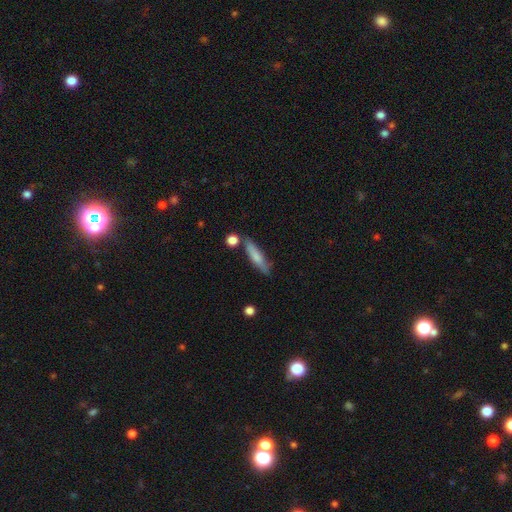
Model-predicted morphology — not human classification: A smooth galaxy with no disk features (69%) that is cigar-shaped (77%). Merging: none (72%).